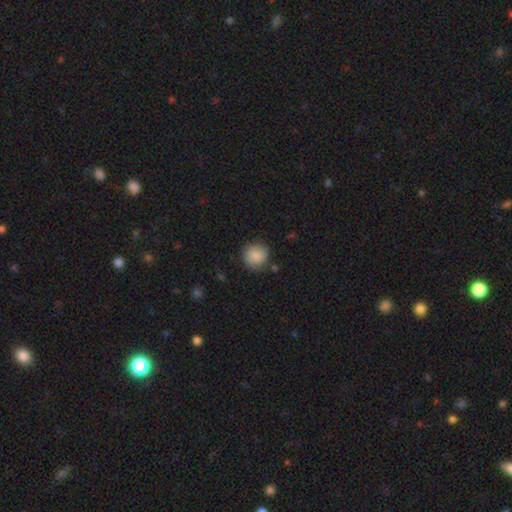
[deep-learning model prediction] This is clearly a smooth galaxy (86%). How rounded: clearly round (91%). Merging: clearly none (83%).